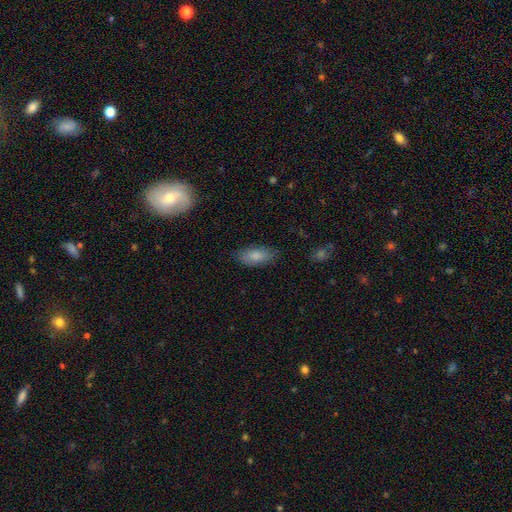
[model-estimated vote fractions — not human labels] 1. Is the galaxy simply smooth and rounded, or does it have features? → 84% smooth, 10% featured or disk, 6% star or artifact.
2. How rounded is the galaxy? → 86% in between, 12% cigar-shaped, 2% round.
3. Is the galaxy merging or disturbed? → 82% none, 14% minor disturbance, 3% major disturbance, 1% merger.